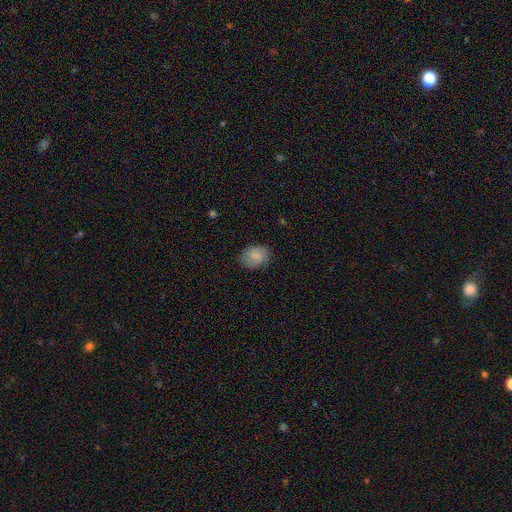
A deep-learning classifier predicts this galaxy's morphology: smooth 79%, featured or disk 14%, star or artifact 8%. Down the decision tree: how rounded — in between (56%); merging — none (77%).